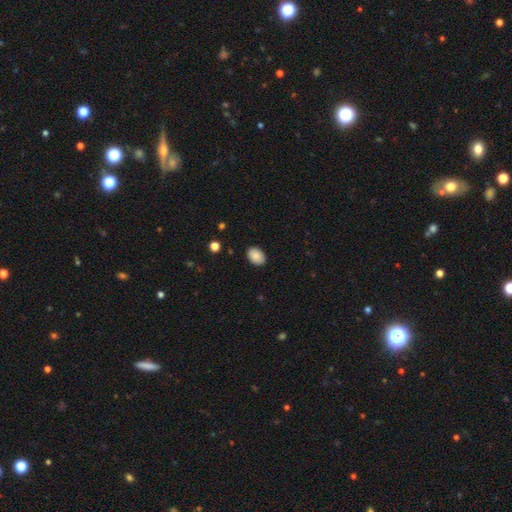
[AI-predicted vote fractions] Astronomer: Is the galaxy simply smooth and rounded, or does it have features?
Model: smooth — 89%.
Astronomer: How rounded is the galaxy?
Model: in between — 82%.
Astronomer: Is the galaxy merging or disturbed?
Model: none — 89%.